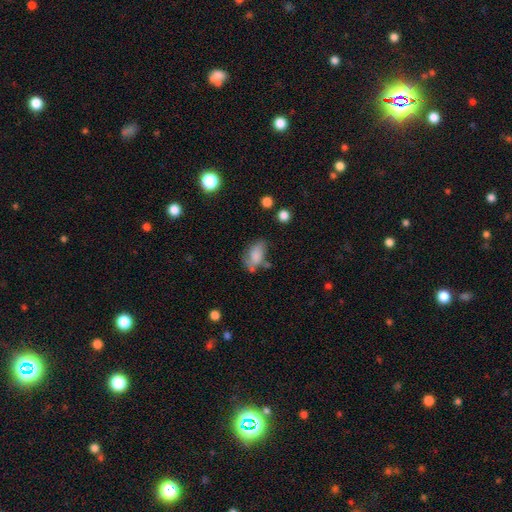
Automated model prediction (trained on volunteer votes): smooth_or_featured: smooth (p=0.76) [alt: featured or disk p=0.15]
how_rounded: in between (p=0.90) [alt: round p=0.06]
merging: none (p=0.43) [alt: minor disturbance p=0.30]